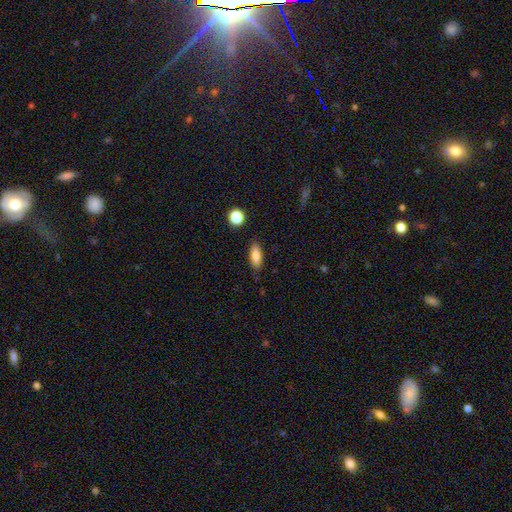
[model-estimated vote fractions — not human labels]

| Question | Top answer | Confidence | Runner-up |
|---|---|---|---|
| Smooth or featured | smooth | 84% | featured or disk (8%) |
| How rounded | in between | 77% | cigar-shaped (20%) |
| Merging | none | 85% | minor disturbance (11%) |